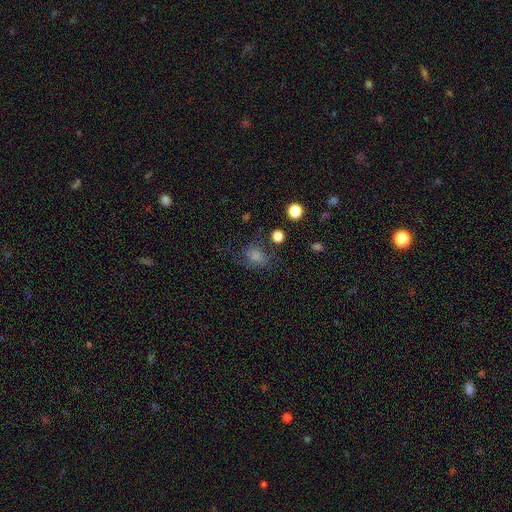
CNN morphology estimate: A smooth galaxy with no disk features (50%) that is in between round and cigar-shaped (53%). Merging: none (58%).